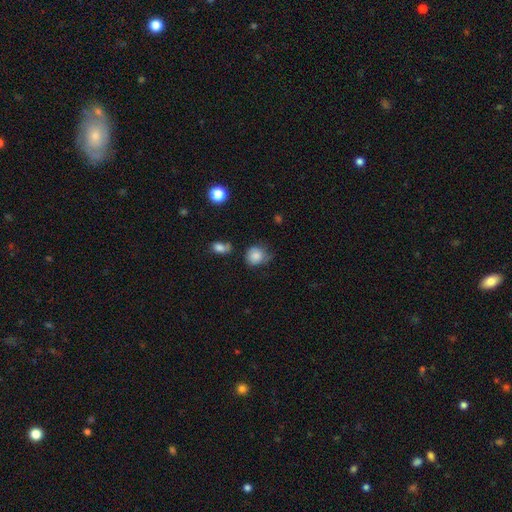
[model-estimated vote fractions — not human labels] Overall: smooth (83%). How rounded: round (78%). Merging: none (52%; minor disturbance 34%).